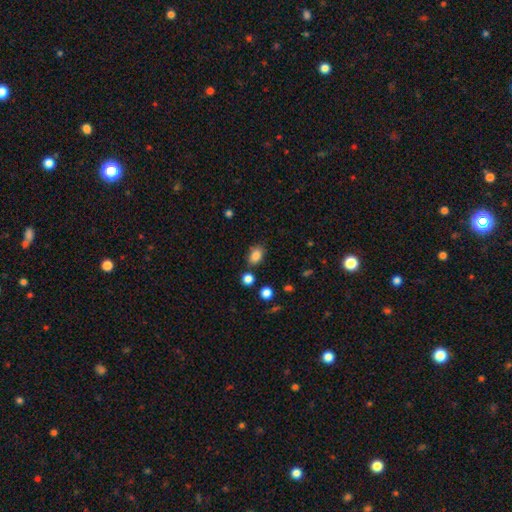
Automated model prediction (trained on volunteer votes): Smooth or featured: smooth — 84% (star or artifact — 10%)
How rounded: in between — 76% (round — 23%)
Merging: none — 77% (minor disturbance — 14%)